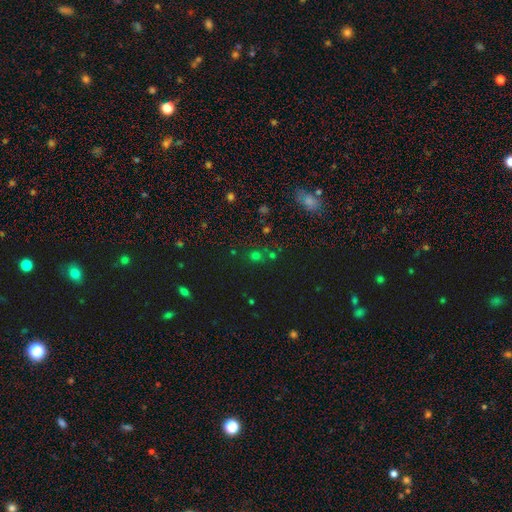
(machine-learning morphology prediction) A smooth galaxy with no disk features (55%) that is round (85%).

Vote fractions:
- Smooth or featured? smooth: 55% / star or artifact: 39% / featured or disk: 7%
- How rounded? round: 85% / in between: 14% / cigar-shaped: 1%
- Merging? none: 71% / merger: 14% / minor disturbance: 11% / major disturbance: 5%